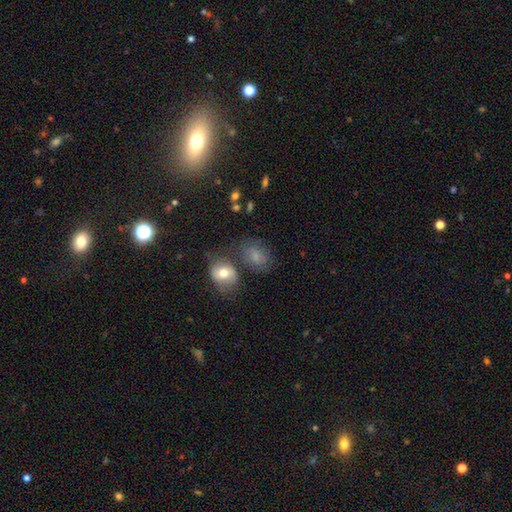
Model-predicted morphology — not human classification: The model was most divided on "merging": none: 54%, minor disturbance: 20%, merger: 15%, major disturbance: 10%. More confident: smooth or featured — smooth (73%); how rounded — in between (70%).